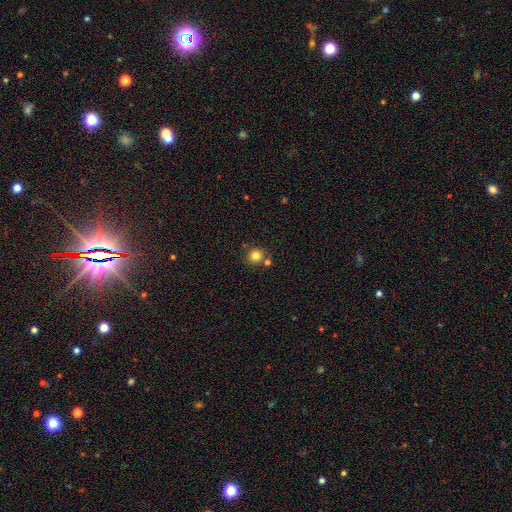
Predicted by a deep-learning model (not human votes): A smooth galaxy with no disk features (81%) that is round (91%). Merging: none (75%).